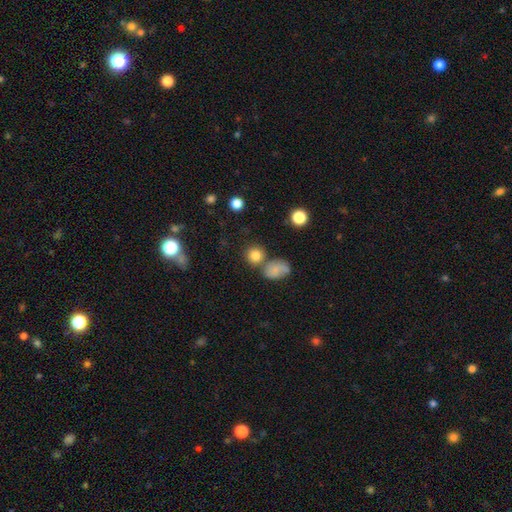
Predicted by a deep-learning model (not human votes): A smooth galaxy with no disk features (82%) that is round (86%). Merging: none (67%).